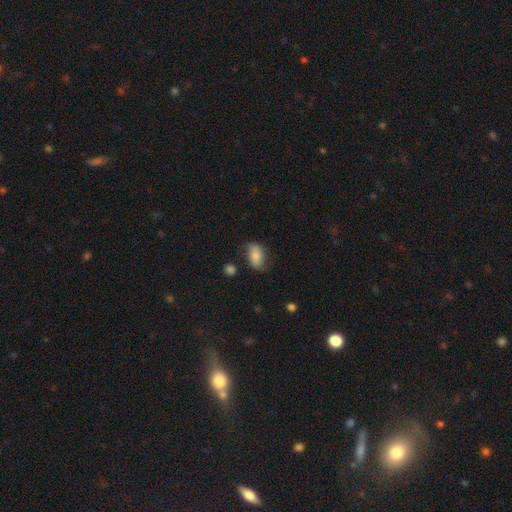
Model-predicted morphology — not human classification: Smooth or featured? Predicted: smooth (p=0.72). How rounded? Predicted: in between (p=0.90). Merging? Predicted: none (p=0.63).